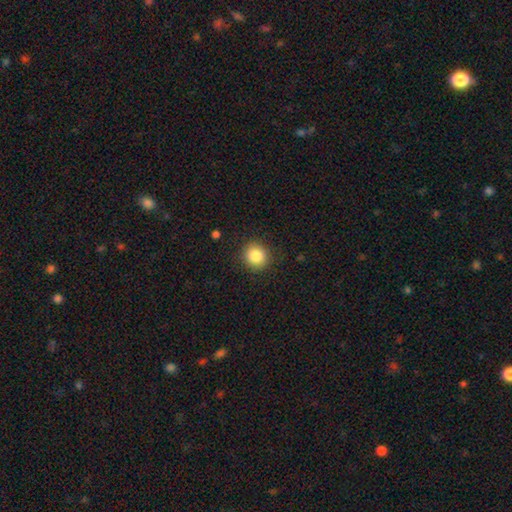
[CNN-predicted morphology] Smooth or featured?
  - smooth: 86% *
  - star or artifact: 9%
  - featured or disk: 5%
How rounded?
  - round: 87% *
  - in between: 12%
  - cigar-shaped: 1%
Merging?
  - none: 88% *
  - minor disturbance: 8%
  - major disturbance: 3%
  - merger: 1%